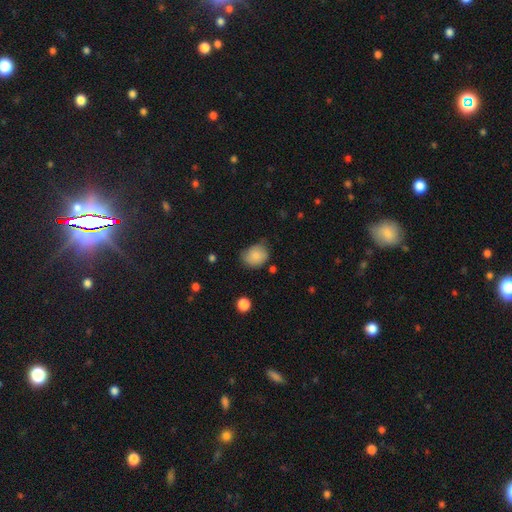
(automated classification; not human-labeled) Morphology: type=smooth (84%); roundness=round (54%); merging=none (60%).